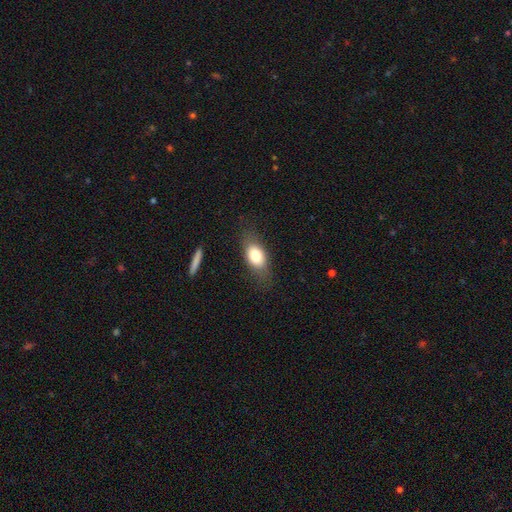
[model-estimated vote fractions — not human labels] This appears to be a smooth galaxy with no disk features (74%) that is in between round and cigar-shaped (82%). Merging: none (74%).